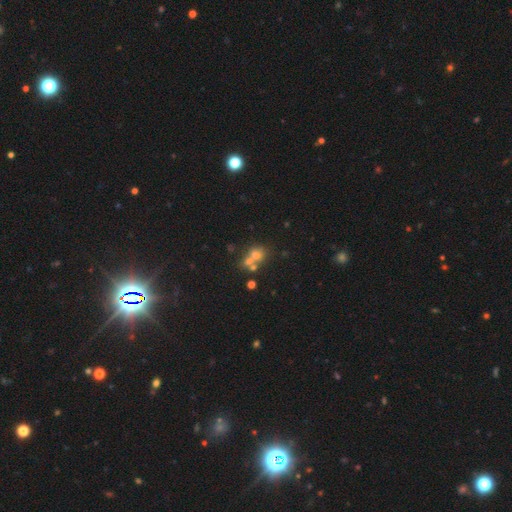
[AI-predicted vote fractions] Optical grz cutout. It shows a smooth galaxy with no disk features (53%) that is round (70%). Merging: merger (47%).